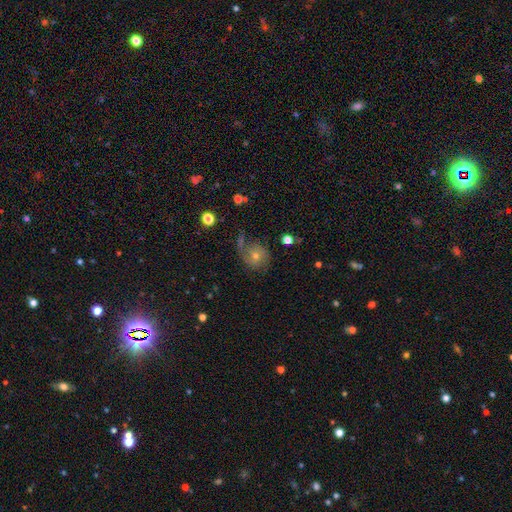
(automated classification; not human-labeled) featured or disk 62%, smooth 25%, star or artifact 14%. Down the decision tree: edge-on disk — no (97%); bar — no (77%); spiral arms — yes (87%); spiral arm count — 2 (36%); spiral winding — medium (39%); bulge size — small (48%); merging — none (58%).